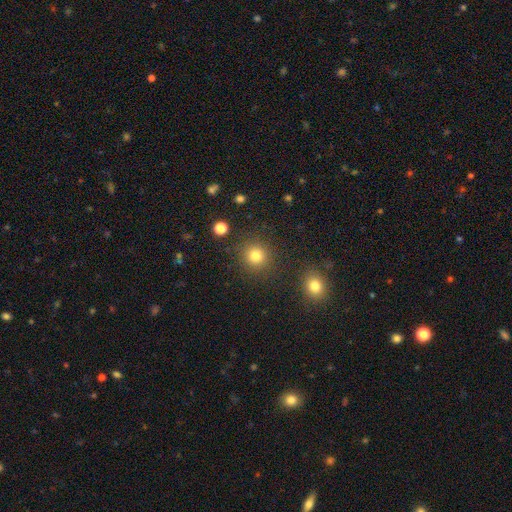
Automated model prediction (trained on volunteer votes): A smooth galaxy with no disk features (82%) that is round (92%). Merging: none (88%).